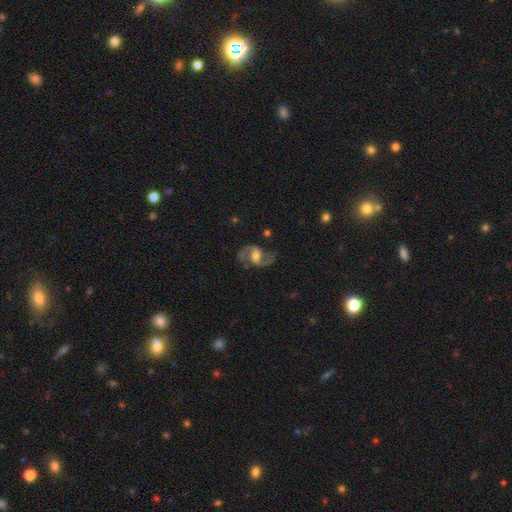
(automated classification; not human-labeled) featured or disk 87%, smooth 7%, star or artifact 5%. Down the decision tree: edge-on disk — no (97%); bar — weak (47%); spiral arms — yes (96%); spiral arm count — 2 (93%); spiral winding — medium (48%); bulge size — moderate (61%); merging — none (76%).